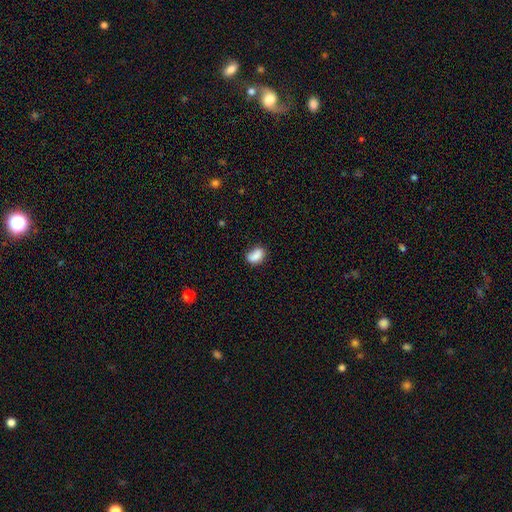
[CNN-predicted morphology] A smooth galaxy with no disk features (83%) that is in between round and cigar-shaped (80%). Merging: none (61%).